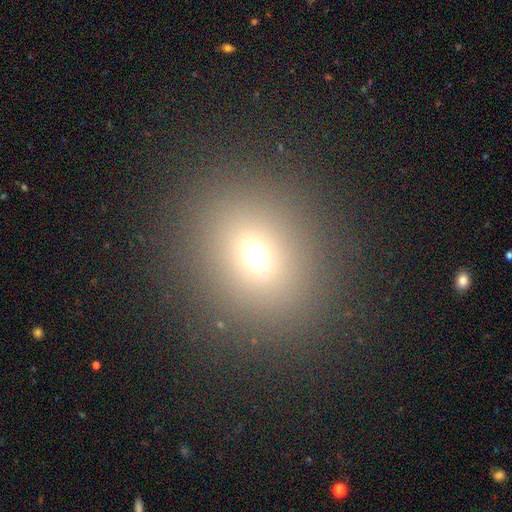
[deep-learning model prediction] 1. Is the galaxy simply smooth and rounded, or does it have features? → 67% smooth, 22% star or artifact, 12% featured or disk.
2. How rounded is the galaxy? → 67% round, 31% in between, 1% cigar-shaped.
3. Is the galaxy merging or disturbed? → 88% none, 7% minor disturbance, 4% major disturbance, 2% merger.